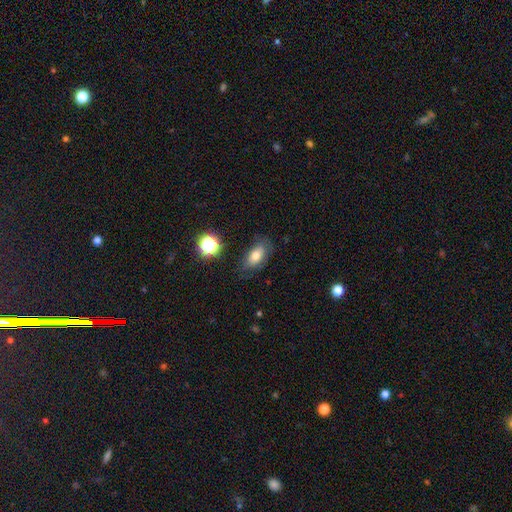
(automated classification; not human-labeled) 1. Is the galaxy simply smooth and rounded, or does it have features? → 73% smooth, 17% featured or disk, 11% star or artifact.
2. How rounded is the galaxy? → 85% in between, 9% round, 5% cigar-shaped.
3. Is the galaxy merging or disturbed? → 74% none, 19% minor disturbance, 6% major disturbance, 2% merger.